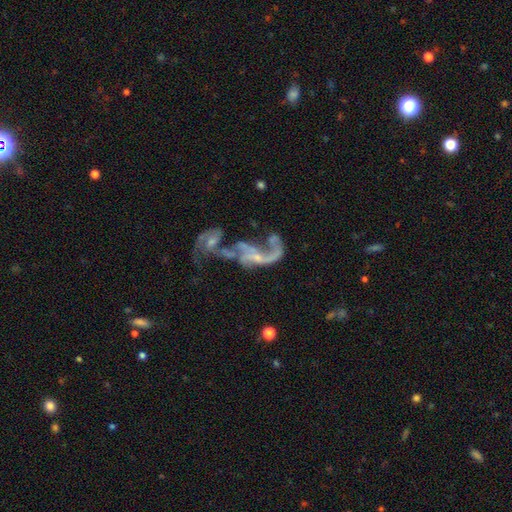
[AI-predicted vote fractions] Smooth or featured?
  - featured or disk: 76% *
  - smooth: 12%
  - star or artifact: 12%
Edge-on disk?
  - no: 96% *
  - yes: 4%
Bar?
  - no: 67% *
  - weak: 25%
  - strong: 8%
Spiral arms?
  - yes: 69% *
  - no: 31%
Spiral winding?
  - loose: 79% *
  - medium: 16%
  - tight: 5%
Spiral arm count?
  - 2: 50% *
  - 1: 22%
  - can't tell: 15%
  - 3: 7%
  - 4: 3%
  - more than 4: 3%
Bulge size?
  - small: 47% *
  - none: 32%
  - moderate: 18%
  - large: 2%
  - dominant: 1%
Merging?
  - merger: 58% *
  - major disturbance: 23%
  - none: 12%
  - minor disturbance: 7%